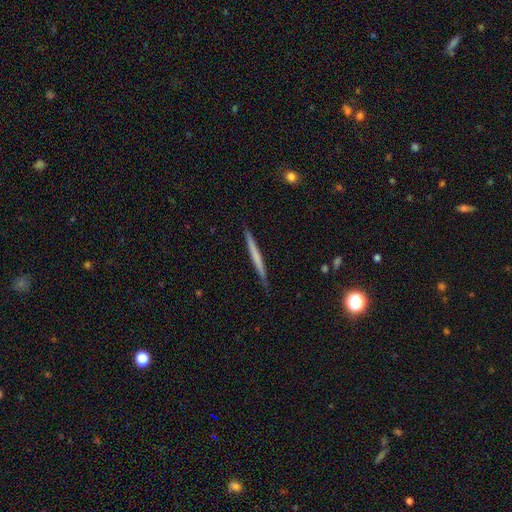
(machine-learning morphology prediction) A smooth galaxy with no disk features (53%) that is cigar-shaped (97%).

Vote fractions:
- Smooth or featured? smooth: 53% / featured or disk: 41% / star or artifact: 6%
- How rounded? cigar-shaped: 97% / in between: 2% / round: 1%
- Merging? none: 87% / minor disturbance: 10% / major disturbance: 2% / merger: 1%